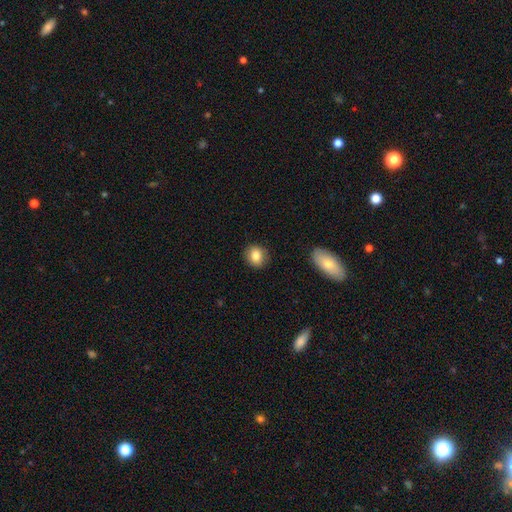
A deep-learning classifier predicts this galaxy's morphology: Smooth or featured? smooth (84%)
How rounded? round (74%)
Merging? none (88%)